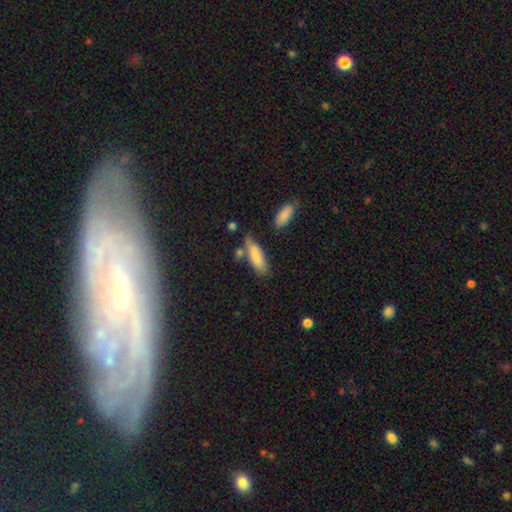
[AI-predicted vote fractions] Overall: smooth (81%). How rounded: in between (54%; cigar-shaped 44%). Merging: none (59%; minor disturbance 23%).